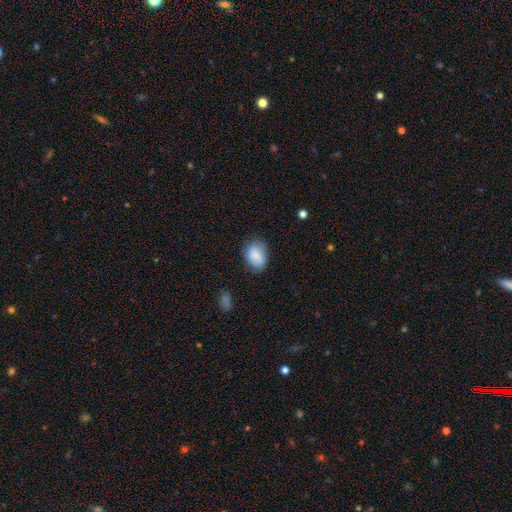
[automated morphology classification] smooth-or-featured: smooth: 83% | featured or disk: 10% | star or artifact: 7%
  how-rounded: in between: 77% | round: 22% | cigar-shaped: 1%
  merging: none: 70% | minor disturbance: 23% | major disturbance: 5% | merger: 2%